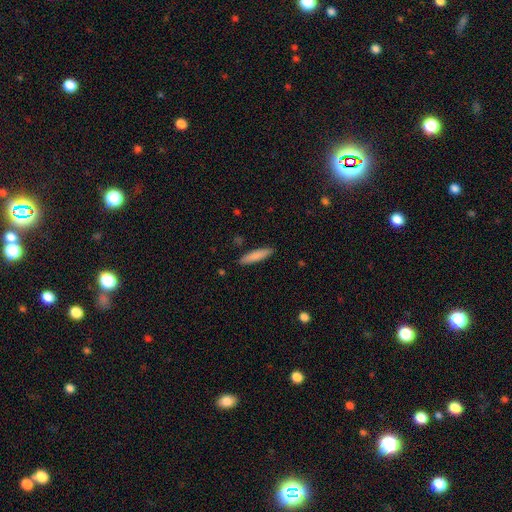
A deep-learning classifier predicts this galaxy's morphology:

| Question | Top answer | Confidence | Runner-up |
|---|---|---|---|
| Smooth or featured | smooth | 82% | featured or disk (12%) |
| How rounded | cigar-shaped | 84% | in between (15%) |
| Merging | none | 89% | minor disturbance (8%) |